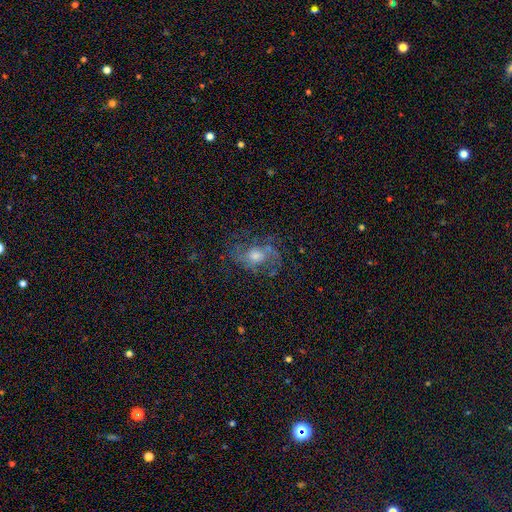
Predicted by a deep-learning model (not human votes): Smooth or featured: featured or disk — 71% (smooth — 17%)
Edge-on disk: no — 96% (yes — 4%)
Bar: no — 67% (weak — 28%)
Spiral arms: yes — 87% (no — 13%)
Spiral winding: medium — 48% (loose — 31%)
Spiral arm count: 2 — 56% (can't tell — 20%)
Bulge size: moderate — 56% (large — 21%)
Merging: none — 65% (minor disturbance — 18%)